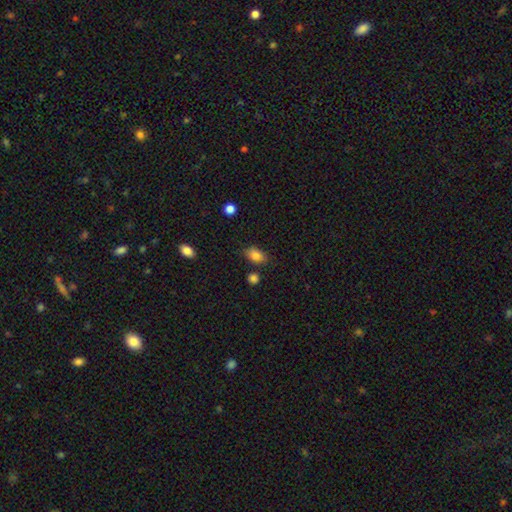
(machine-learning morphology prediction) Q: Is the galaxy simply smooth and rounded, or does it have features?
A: smooth — 85%.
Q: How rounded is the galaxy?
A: in between — 83%.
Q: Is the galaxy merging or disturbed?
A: none — 76%.